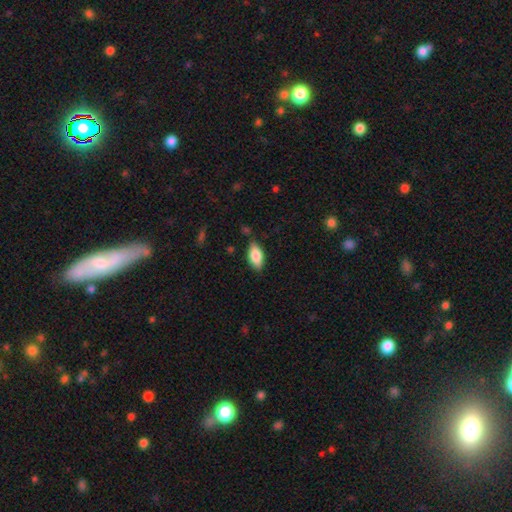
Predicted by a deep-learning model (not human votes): The model was most divided on "merging": none: 79%, minor disturbance: 15%, major disturbance: 3%, merger: 2%. More confident: how rounded — in between (88%); smooth or featured — smooth (80%).